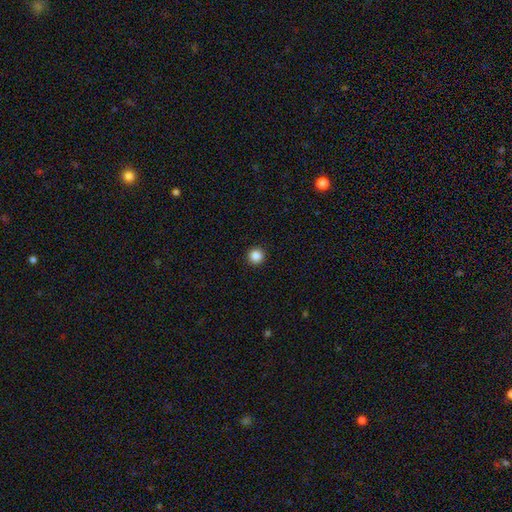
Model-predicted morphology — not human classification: Smooth or featured? smooth (86%)
How rounded? round (96%)
Merging? none (94%)